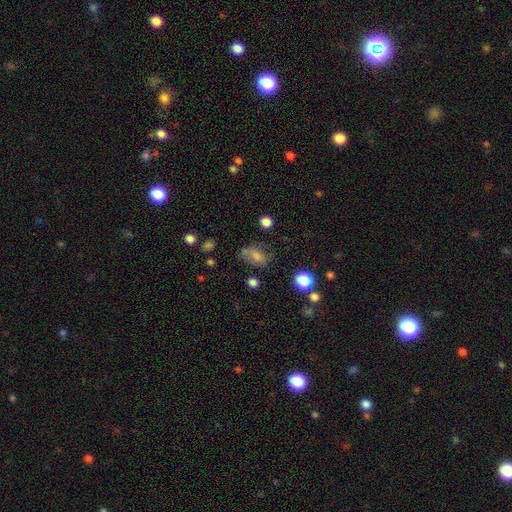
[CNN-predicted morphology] A smooth galaxy with no disk features (71%) that is in between round and cigar-shaped (78%).

Vote fractions:
- Smooth or featured? smooth: 71% / featured or disk: 16% / star or artifact: 13%
- How rounded? in between: 78% / round: 20% / cigar-shaped: 2%
- Merging? none: 52% / minor disturbance: 26% / major disturbance: 15% / merger: 6%